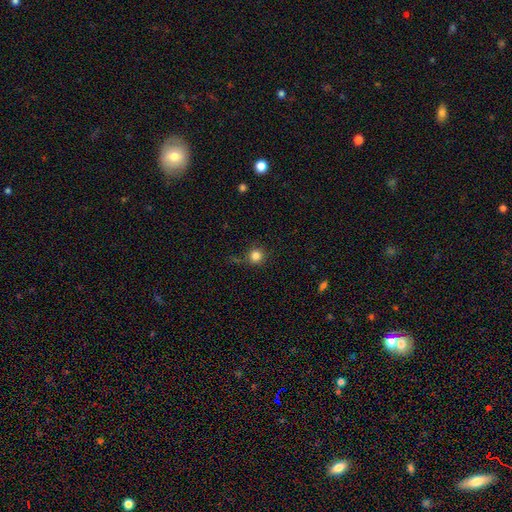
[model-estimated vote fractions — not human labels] smooth_or_featured: smooth (p=0.83) [alt: star or artifact p=0.12]
how_rounded: round (p=0.93) [alt: in between p=0.06]
merging: none (p=0.79) [alt: minor disturbance p=0.13]